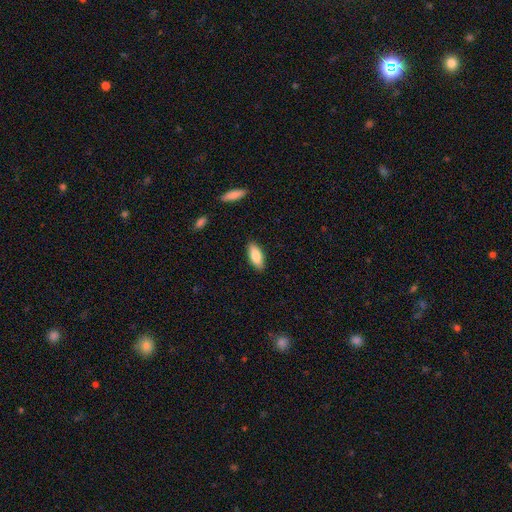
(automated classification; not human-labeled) smooth 83%, featured or disk 11%, star or artifact 6%. Down the decision tree: how rounded — in between (80%); merging — none (88%).